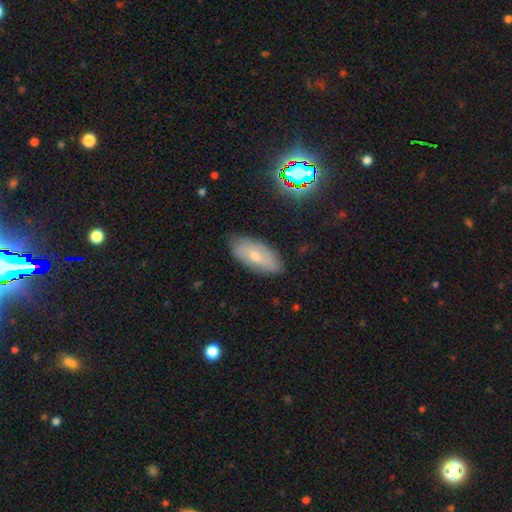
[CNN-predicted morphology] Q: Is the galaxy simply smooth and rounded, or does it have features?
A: smooth — 56%.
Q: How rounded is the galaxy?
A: in between — 89%.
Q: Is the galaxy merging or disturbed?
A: none — 78%.